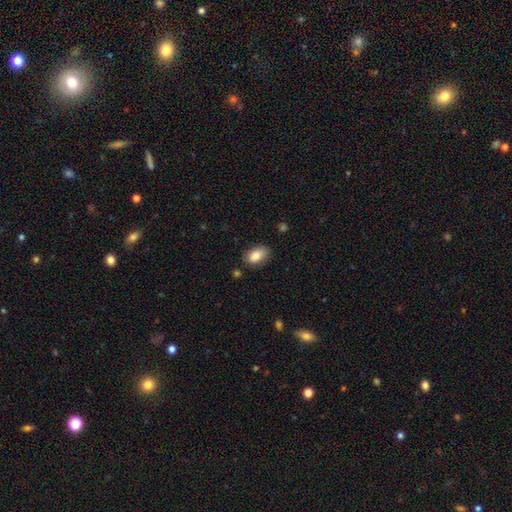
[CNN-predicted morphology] This appears to be a smooth galaxy with no disk features (85%) that is in between round and cigar-shaped (92%). Merging: none (76%).